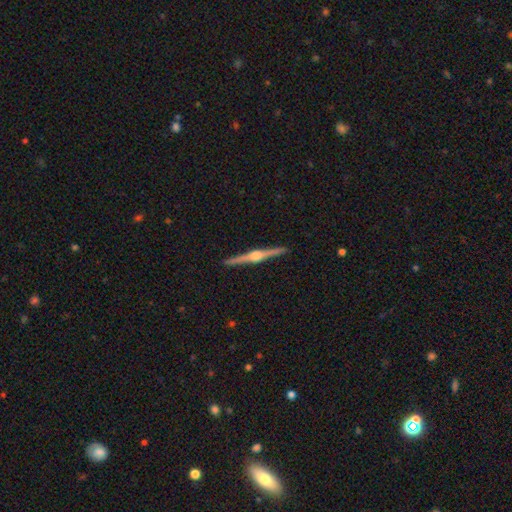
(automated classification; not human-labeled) Smooth or featured? featured or disk (87%)
Edge-on disk? yes (99%)
Edge-on bulge? rounded (93%)
Merging? none (93%)